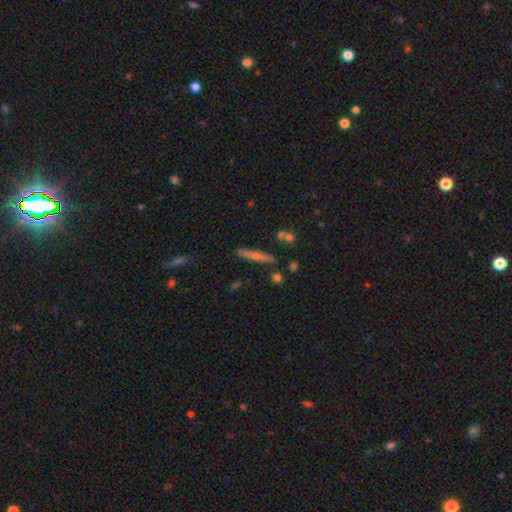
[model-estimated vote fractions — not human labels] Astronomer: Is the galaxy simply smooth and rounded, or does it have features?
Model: featured or disk — 57% (runner-up: smooth, 34%).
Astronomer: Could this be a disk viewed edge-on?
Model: yes — 94%.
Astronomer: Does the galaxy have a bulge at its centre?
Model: rounded — 79%.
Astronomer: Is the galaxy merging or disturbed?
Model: none — 85%.